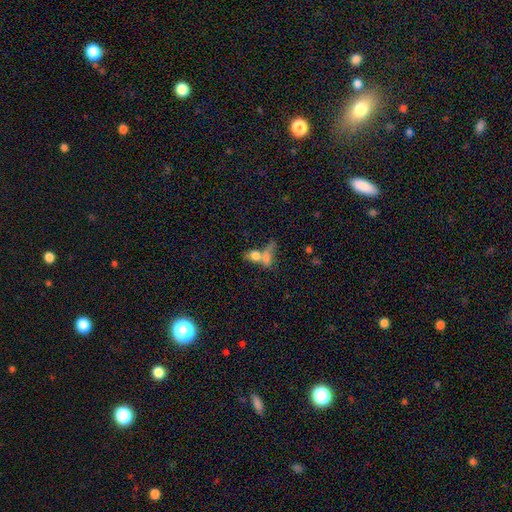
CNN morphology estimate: Smooth or featured? smooth (68%)
How rounded? in between (61%)
Merging? merger (59%)